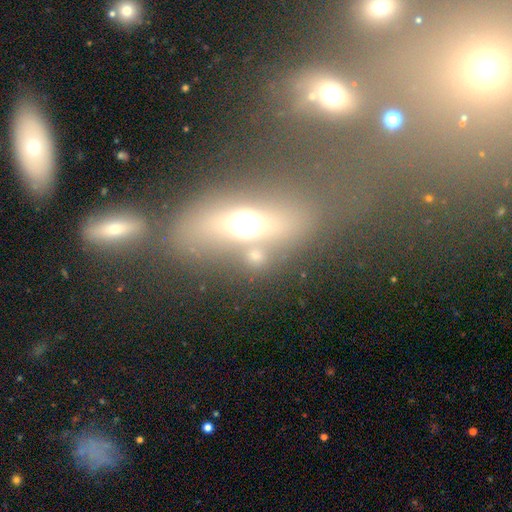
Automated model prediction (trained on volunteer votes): This appears to be a smooth galaxy with no disk features (49%). Merging: none (60%).